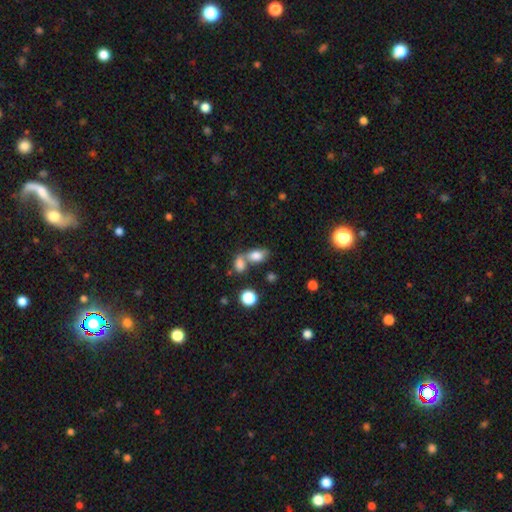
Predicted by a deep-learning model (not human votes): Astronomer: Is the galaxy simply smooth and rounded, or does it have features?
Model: smooth — 79%.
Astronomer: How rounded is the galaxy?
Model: in between — 85%.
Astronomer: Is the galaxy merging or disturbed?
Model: merger — 47% (runner-up: none, 38%).